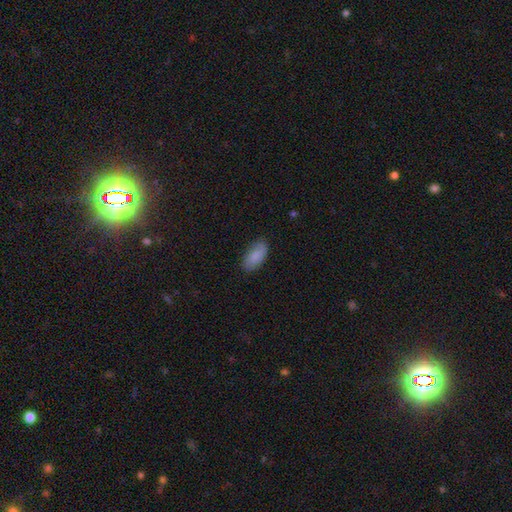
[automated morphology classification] smooth-or-featured: smooth: 85% | featured or disk: 9% | star or artifact: 6%
  how-rounded: in between: 92% | cigar-shaped: 6% | round: 2%
  merging: none: 80% | minor disturbance: 16% | major disturbance: 3% | merger: 1%